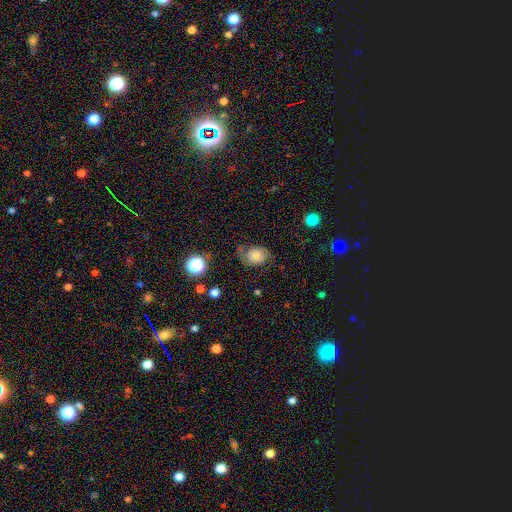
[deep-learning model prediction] This is likely a smooth galaxy (65%). How rounded: possibly in between (51%). Merging: possibly none (58%).